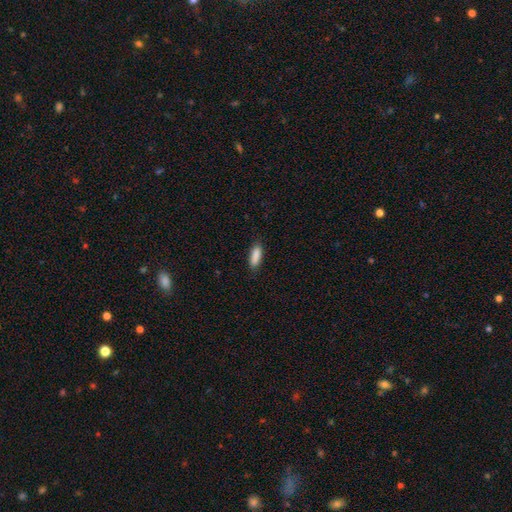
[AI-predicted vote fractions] The model was most divided on "how rounded": in between: 52%, cigar-shaped: 46%, round: 2%. More confident: smooth or featured — smooth (89%); merging — none (86%).